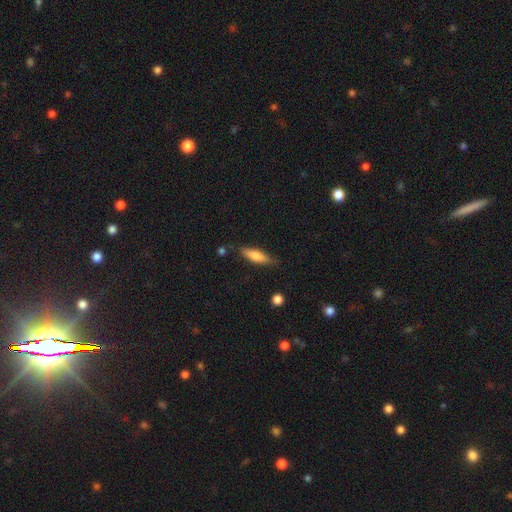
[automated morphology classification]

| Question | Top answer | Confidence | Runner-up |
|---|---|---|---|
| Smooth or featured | smooth | 71% | featured or disk (23%) |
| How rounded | cigar-shaped | 56% | in between (42%) |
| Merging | none | 78% | minor disturbance (16%) |